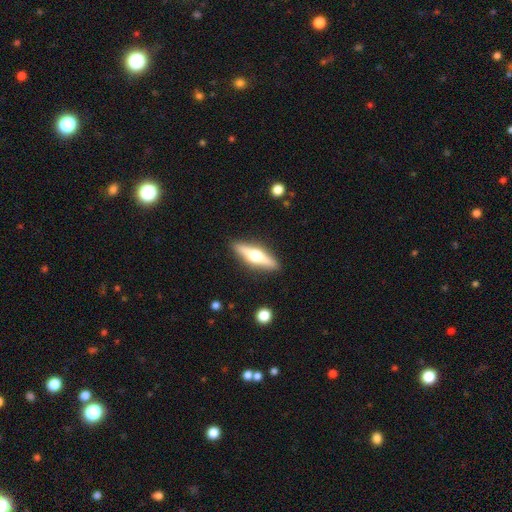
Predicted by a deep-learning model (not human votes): Smooth or featured: featured or disk — 63% (smooth — 32%)
Edge-on disk: yes — 95% (no — 5%)
Edge-on bulge: rounded — 95% (boxy — 3%)
Merging: none — 90% (minor disturbance — 7%)